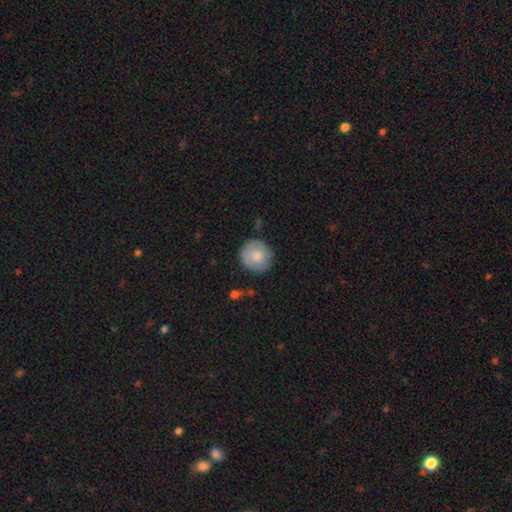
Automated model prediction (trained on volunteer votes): smooth 78%, featured or disk 16%, star or artifact 6%. Down the decision tree: how rounded — round (91%); merging — none (79%).